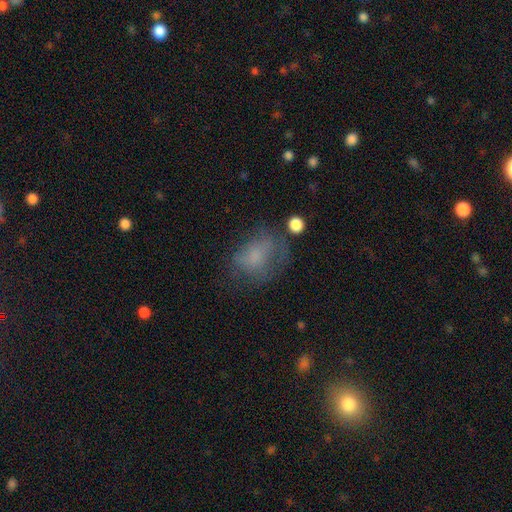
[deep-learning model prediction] Smooth or featured?
  - smooth: 61% *
  - featured or disk: 24%
  - star or artifact: 15%
How rounded?
  - in between: 65% *
  - round: 33%
  - cigar-shaped: 2%
Merging?
  - none: 41% *
  - major disturbance: 28%
  - minor disturbance: 26%
  - merger: 4%